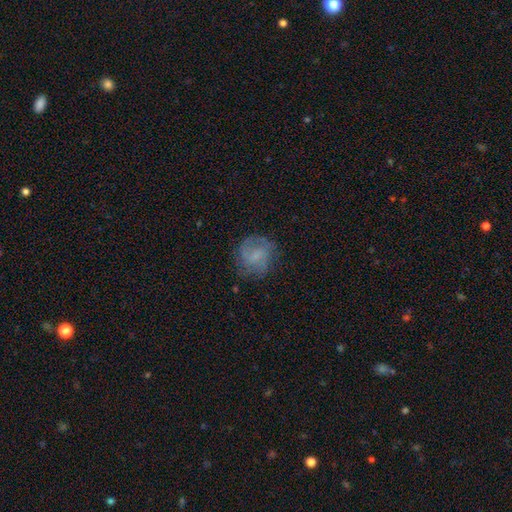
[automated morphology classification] Q: Smooth or featured?
A: featured or disk (46%); runner-up: smooth (45%)
Q: Merging?
A: none (69%); runner-up: minor disturbance (20%)